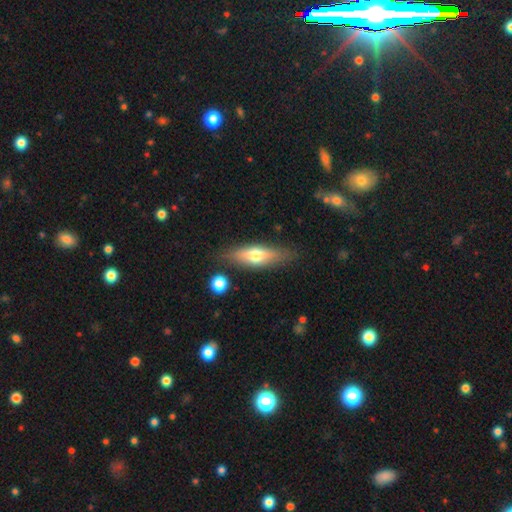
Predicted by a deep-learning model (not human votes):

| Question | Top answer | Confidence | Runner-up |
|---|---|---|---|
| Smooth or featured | smooth | 54% | featured or disk (39%) |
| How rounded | cigar-shaped | 51% | in between (46%) |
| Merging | none | 79% | minor disturbance (14%) |